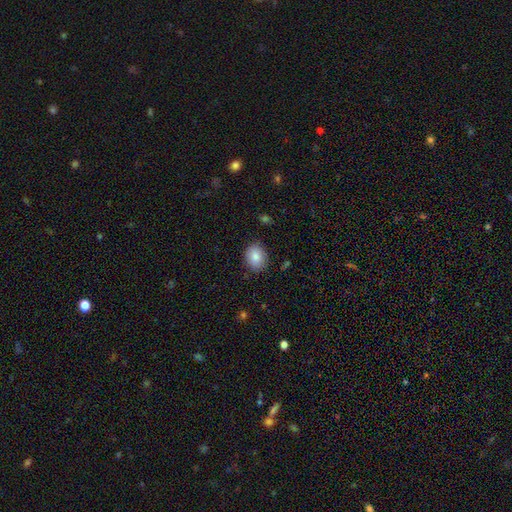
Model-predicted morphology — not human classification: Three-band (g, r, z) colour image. It shows a smooth galaxy with no disk features (85%) that is in between round and cigar-shaped (57%). Merging: none (85%).